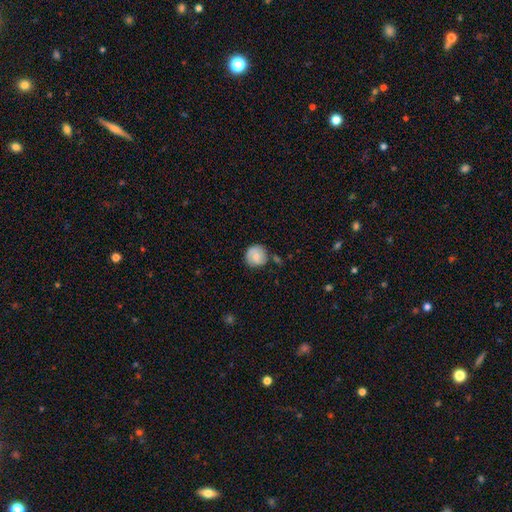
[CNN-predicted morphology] A smooth galaxy with no disk features (64%) that is round (89%).

Vote fractions:
- Smooth or featured? smooth: 64% / featured or disk: 29% / star or artifact: 7%
- How rounded? round: 89% / in between: 10% / cigar-shaped: 1%
- Merging? none: 71% / minor disturbance: 19% / merger: 5% / major disturbance: 5%